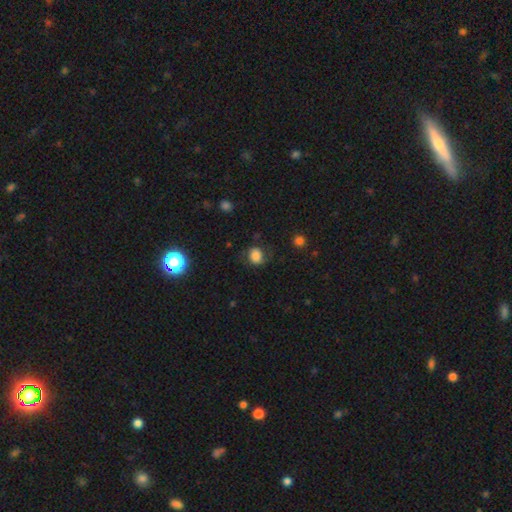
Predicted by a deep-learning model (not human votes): smooth 76%, featured or disk 13%, star or artifact 11%. Down the decision tree: how rounded — round (54%); merging — none (65%).